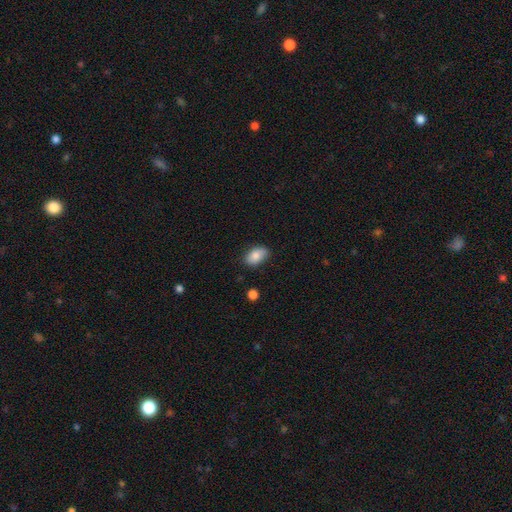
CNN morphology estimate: A smooth galaxy with no disk features (84%) that is in between round and cigar-shaped (90%).

Vote fractions:
- Smooth or featured? smooth: 84% / featured or disk: 8% / star or artifact: 7%
- How rounded? in between: 90% / round: 8% / cigar-shaped: 1%
- Merging? none: 79% / minor disturbance: 17% / major disturbance: 3% / merger: 2%